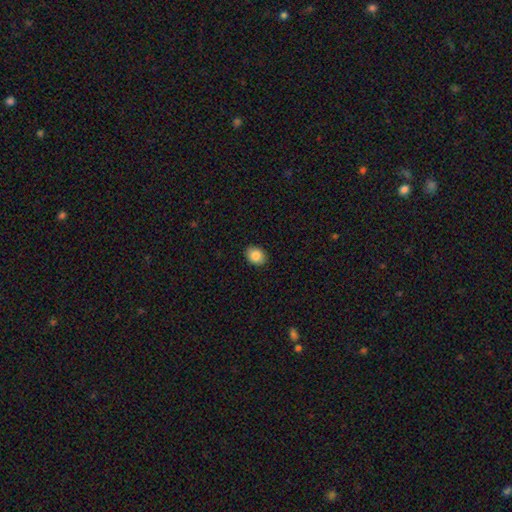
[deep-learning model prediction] This appears to be a smooth galaxy with no disk features (86%) that is in between round and cigar-shaped (60%). Merging: none (91%).